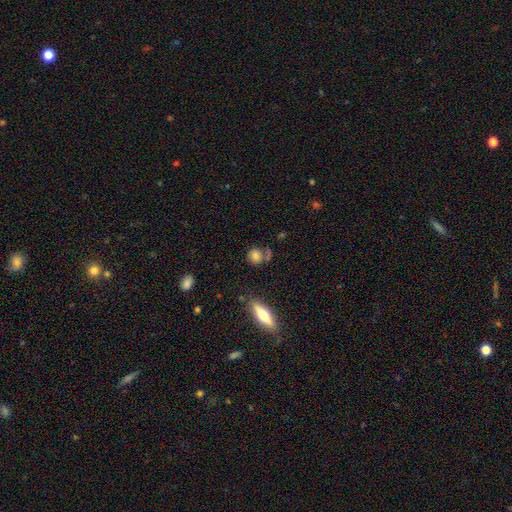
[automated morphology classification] type=smooth (73%); roundness=round (79%); merging=none (67%).